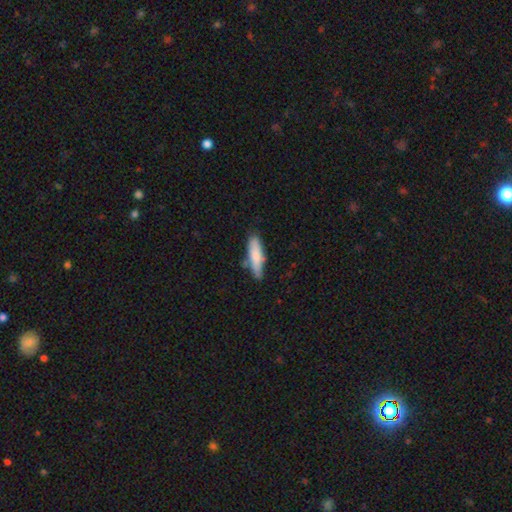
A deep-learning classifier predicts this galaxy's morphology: This is likely a smooth galaxy (77%). How rounded: likely cigar-shaped (65%). Merging: likely none (67%).